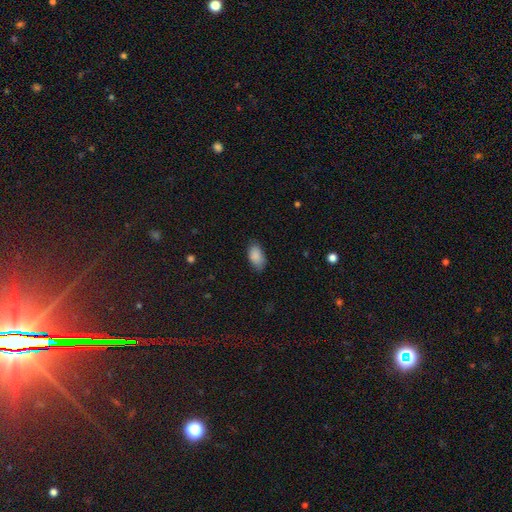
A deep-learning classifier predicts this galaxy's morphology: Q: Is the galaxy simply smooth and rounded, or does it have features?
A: smooth — 88%.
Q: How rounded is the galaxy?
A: in between — 93%.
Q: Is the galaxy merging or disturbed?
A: none — 78%.